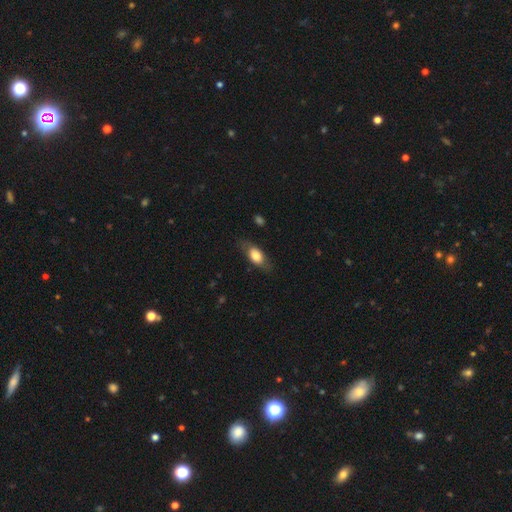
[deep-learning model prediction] smooth-or-featured: smooth: 72% | featured or disk: 22% | star or artifact: 6%
  how-rounded: in between: 81% | cigar-shaped: 13% | round: 6%
  merging: none: 75% | minor disturbance: 18% | major disturbance: 6% | merger: 1%